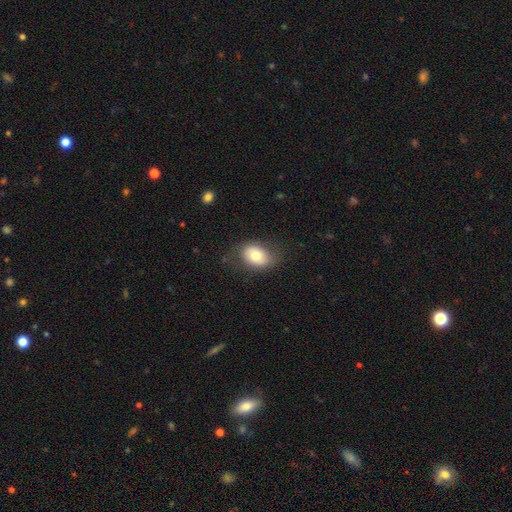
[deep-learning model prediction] Smooth or featured? smooth (72%)
How rounded? in between (74%)
Merging? none (70%)